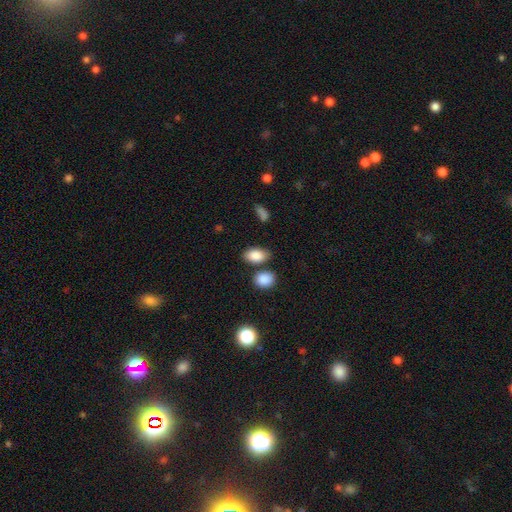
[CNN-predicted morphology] type=smooth (87%); roundness=in between (87%); merging=none (71%).